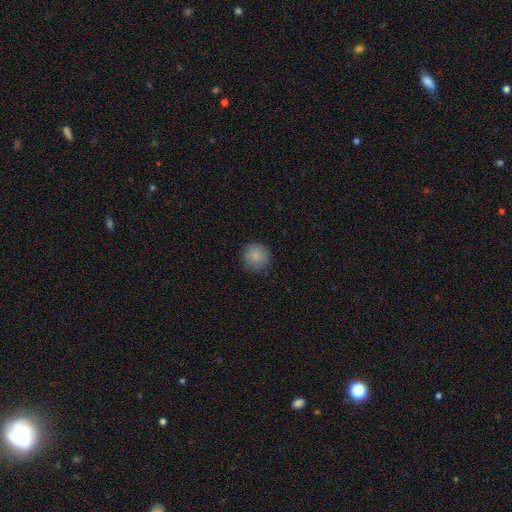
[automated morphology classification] Q: Smooth or featured?
A: smooth (84%); runner-up: star or artifact (9%)
Q: How rounded?
A: round (94%); runner-up: in between (5%)
Q: Merging?
A: none (87%); runner-up: minor disturbance (10%)